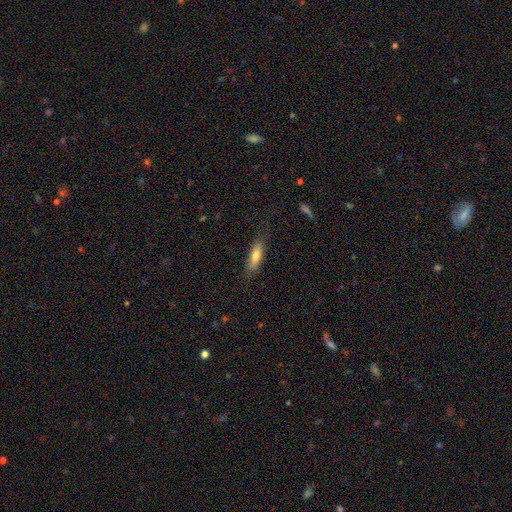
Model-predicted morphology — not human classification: Smooth or featured? Predicted: smooth (p=0.71). How rounded? Predicted: in between (p=0.49, tied with cigar-shaped). Merging? Predicted: none (p=0.79).